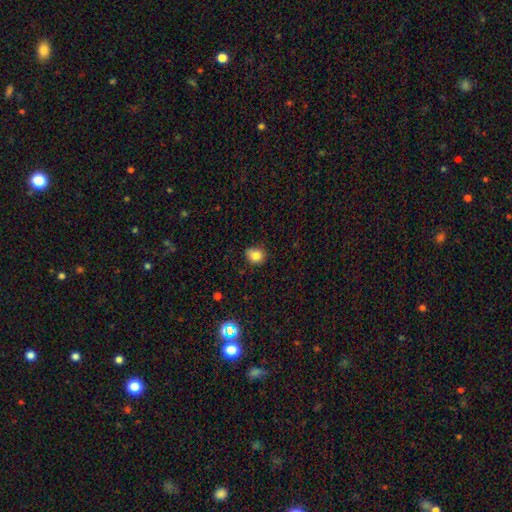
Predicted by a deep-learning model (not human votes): The model was most divided on "merging": none: 60%, minor disturbance: 32%, major disturbance: 6%, merger: 2%. More confident: smooth or featured — smooth (82%); how rounded — round (66%).